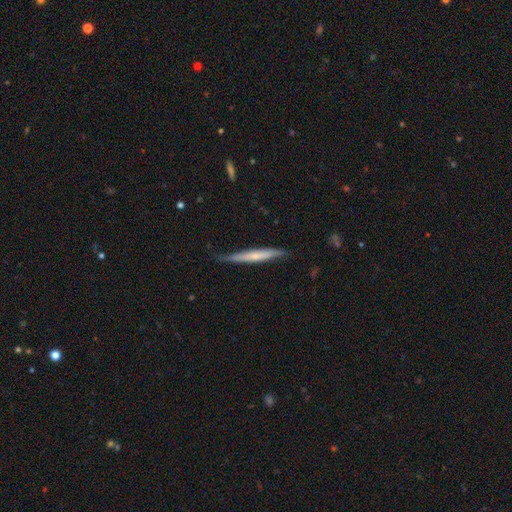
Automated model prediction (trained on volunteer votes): A featured or disk galaxy (47%, tied with smooth).

Vote fractions:
- Smooth or featured? featured or disk: 47% (tied) / smooth: 47% (tied) / star or artifact: 6%
- Merging? none: 74% / minor disturbance: 21% / major disturbance: 3% / merger: 2%